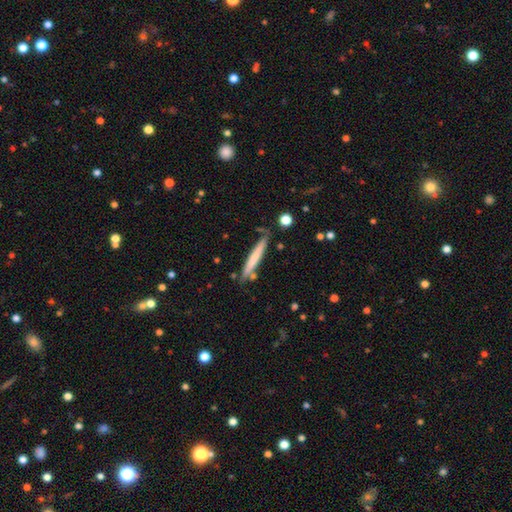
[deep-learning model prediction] Smooth or featured?
  - smooth: 63% *
  - featured or disk: 31%
  - star or artifact: 7%
How rounded?
  - cigar-shaped: 95% *
  - in between: 4%
  - round: 1%
Merging?
  - none: 77% *
  - minor disturbance: 16%
  - merger: 4%
  - major disturbance: 3%